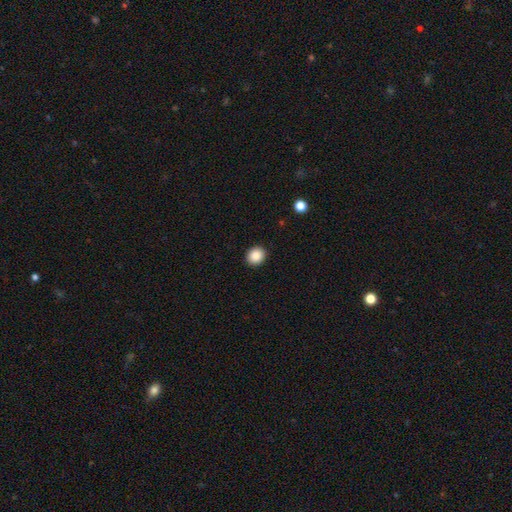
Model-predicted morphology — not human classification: smooth 88%, star or artifact 9%, featured or disk 3%. Down the decision tree: how rounded — round (78%); merging — none (92%).